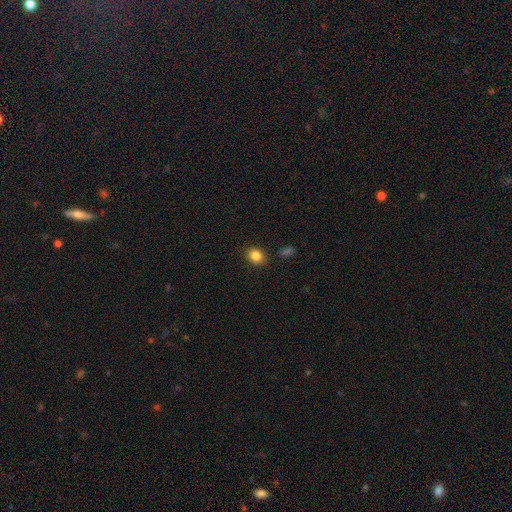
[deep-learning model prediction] Overall: smooth (85%). How rounded: round (53%; in between 46%). Merging: none (86%).